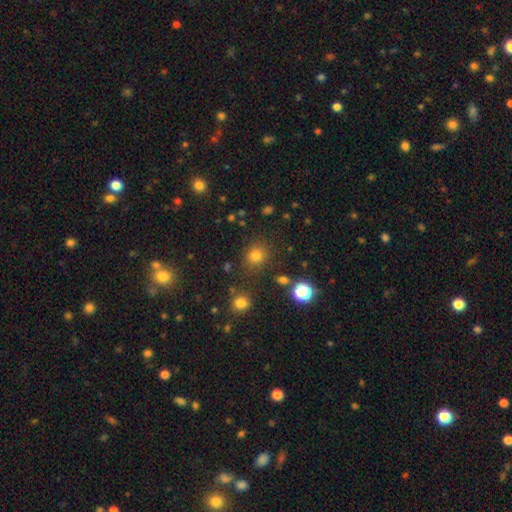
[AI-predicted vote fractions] Morphology: type=smooth (76%); roundness=round (85%); merging=none (82%).